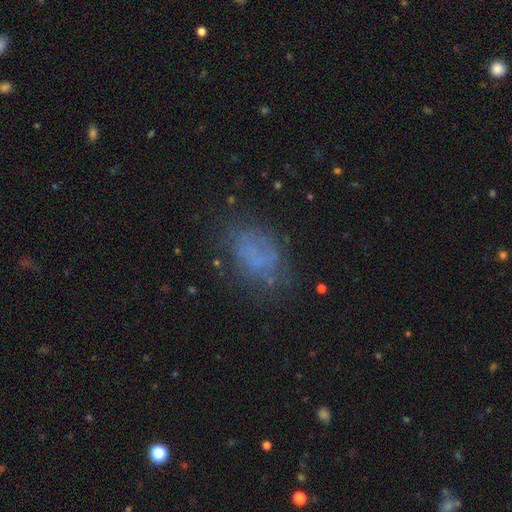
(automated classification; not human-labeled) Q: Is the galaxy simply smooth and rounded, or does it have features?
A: smooth — 54%.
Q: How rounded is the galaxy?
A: in between — 79%.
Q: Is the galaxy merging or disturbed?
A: none — 58%.